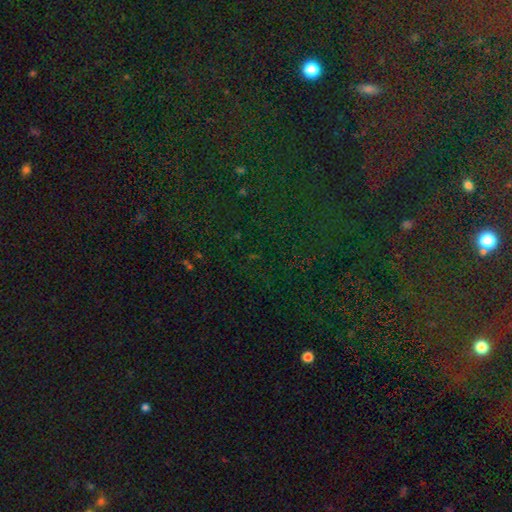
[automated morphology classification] Smooth or featured: star or artifact — 82% (smooth — 11%)